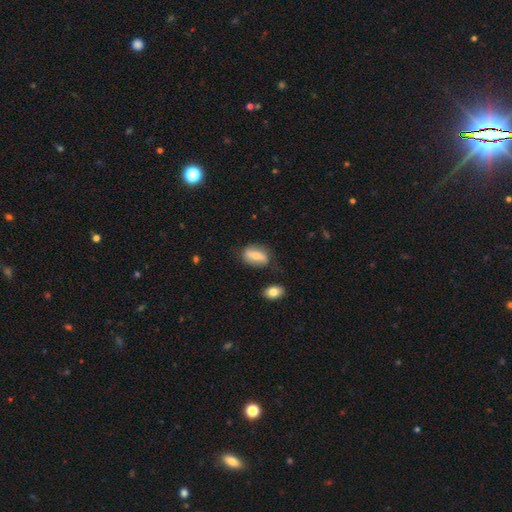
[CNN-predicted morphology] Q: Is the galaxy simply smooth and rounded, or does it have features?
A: smooth — 61%.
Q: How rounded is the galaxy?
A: in between — 80%.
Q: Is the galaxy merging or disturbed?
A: none — 73%.